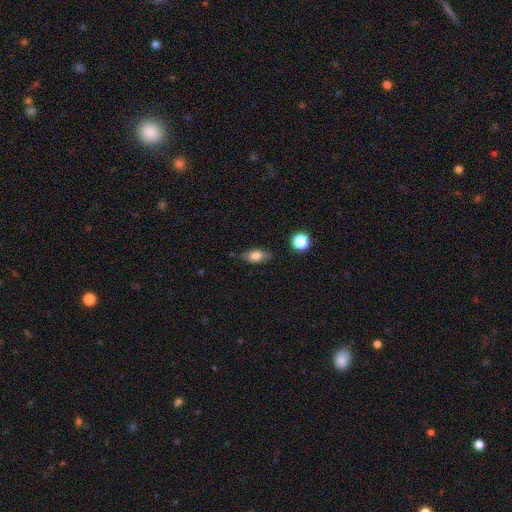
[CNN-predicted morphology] smooth-or-featured: smooth: 76% | featured or disk: 15% | star or artifact: 9%
  how-rounded: in between: 82% | round: 11% | cigar-shaped: 7%
  merging: none: 70% | minor disturbance: 22% | major disturbance: 5% | merger: 3%